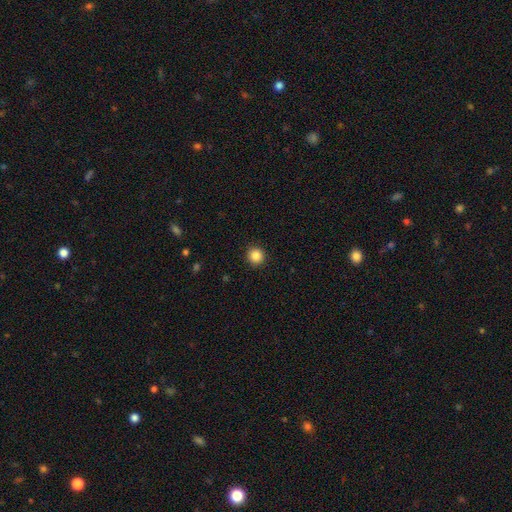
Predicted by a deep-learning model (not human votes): Smooth or featured? Predicted: smooth (p=0.86). How rounded? Predicted: round (p=0.94). Merging? Predicted: none (p=0.92).